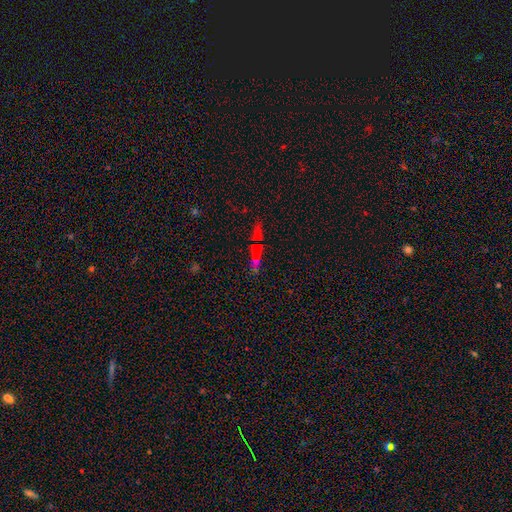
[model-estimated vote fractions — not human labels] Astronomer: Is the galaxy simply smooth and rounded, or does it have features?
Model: star or artifact — 45% (runner-up: smooth, 31%).